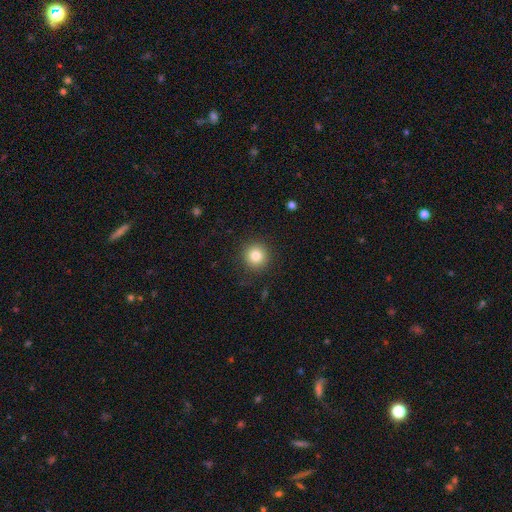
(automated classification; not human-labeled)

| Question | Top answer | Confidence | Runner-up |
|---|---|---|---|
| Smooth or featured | smooth | 83% | star or artifact (11%) |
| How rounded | round | 94% | in between (5%) |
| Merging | none | 90% | minor disturbance (6%) |